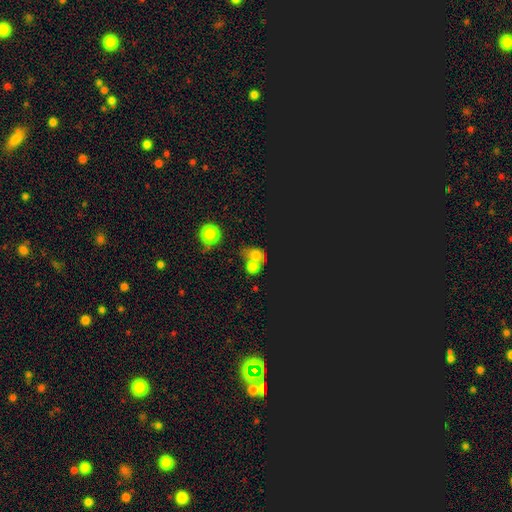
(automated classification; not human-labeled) This appears to be a smooth galaxy with no disk features (63%) that is round (68%). Merging: merger (61%).